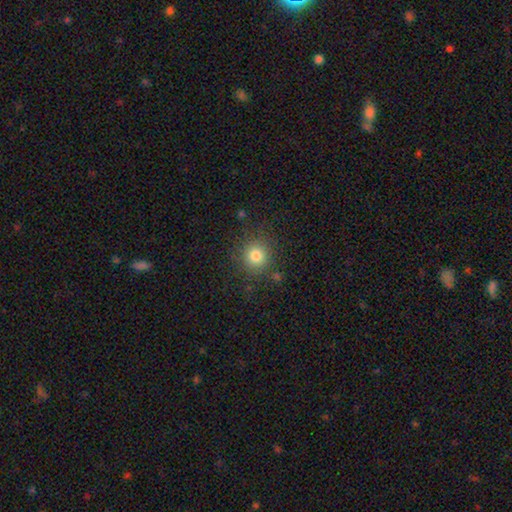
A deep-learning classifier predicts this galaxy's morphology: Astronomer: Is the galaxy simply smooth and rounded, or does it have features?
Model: smooth — 80%.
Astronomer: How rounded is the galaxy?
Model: round — 92%.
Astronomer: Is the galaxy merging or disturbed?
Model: none — 85%.